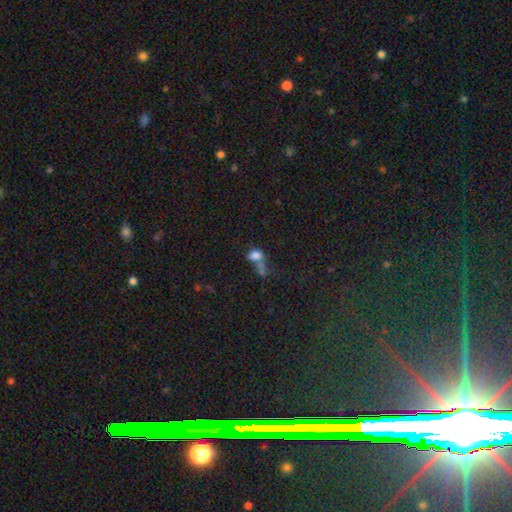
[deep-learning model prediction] This appears to be a smooth galaxy with no disk features (73%) that is in between round and cigar-shaped (71%). Merging: merger (52%).